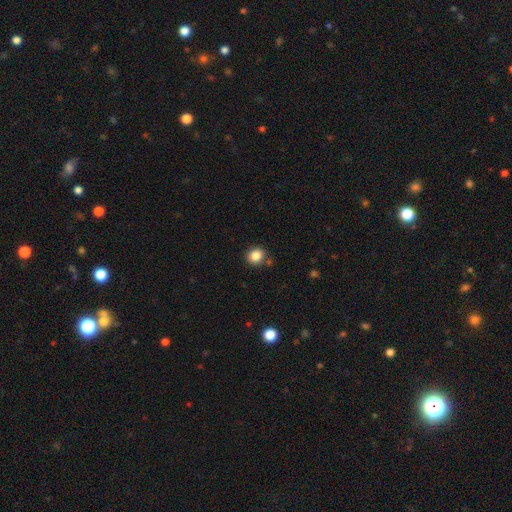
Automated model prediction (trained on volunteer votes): Smooth or featured? smooth (85%)
How rounded? round (83%)
Merging? none (83%)